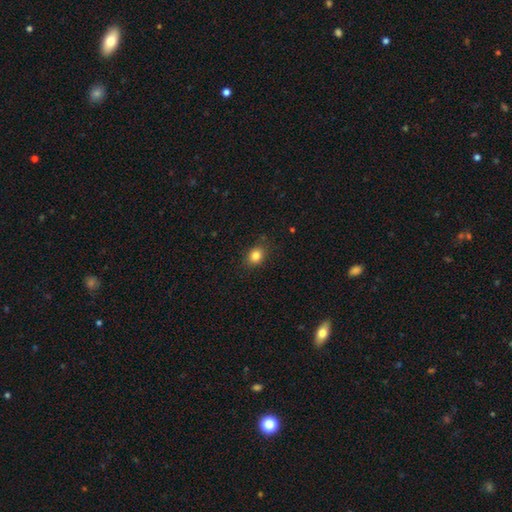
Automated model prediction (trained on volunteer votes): This appears to be a smooth galaxy with no disk features (83%) that is round (53%). Merging: none (84%).